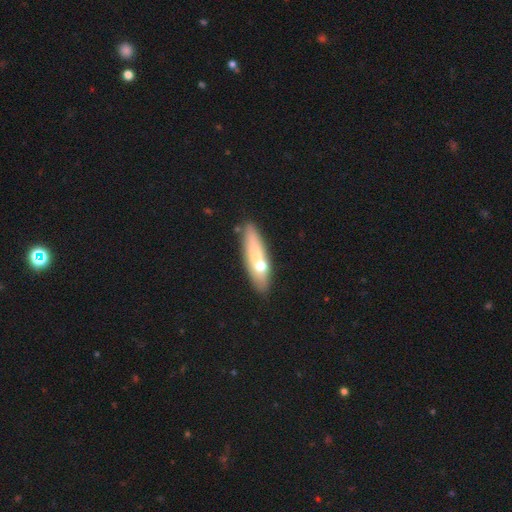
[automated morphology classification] smooth_or_featured: smooth (p=0.54) [alt: featured or disk p=0.38]
how_rounded: cigar-shaped (p=0.59) [alt: in between p=0.38]
merging: none (p=0.66) [alt: merger p=0.19]